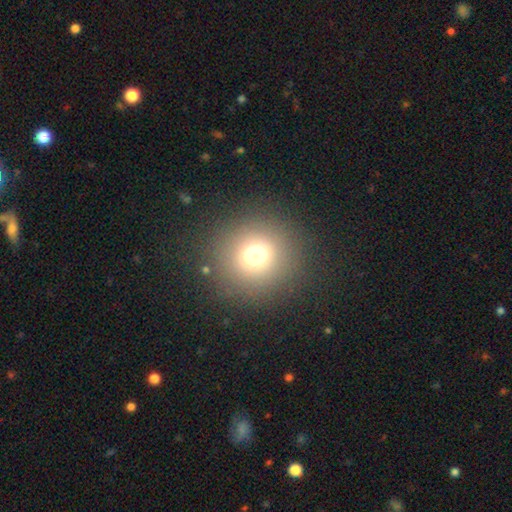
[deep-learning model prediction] smooth 70%, star or artifact 21%, featured or disk 9%. Down the decision tree: how rounded — round (93%); merging — none (88%).